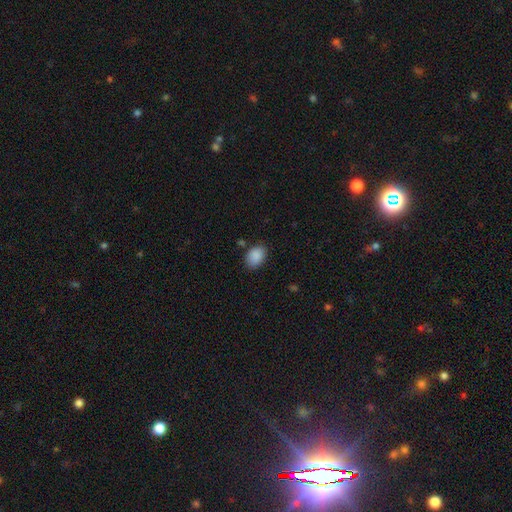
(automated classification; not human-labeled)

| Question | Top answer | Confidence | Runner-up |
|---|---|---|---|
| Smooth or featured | smooth | 89% | star or artifact (7%) |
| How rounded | in between | 81% | round (18%) |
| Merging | none | 80% | minor disturbance (14%) |